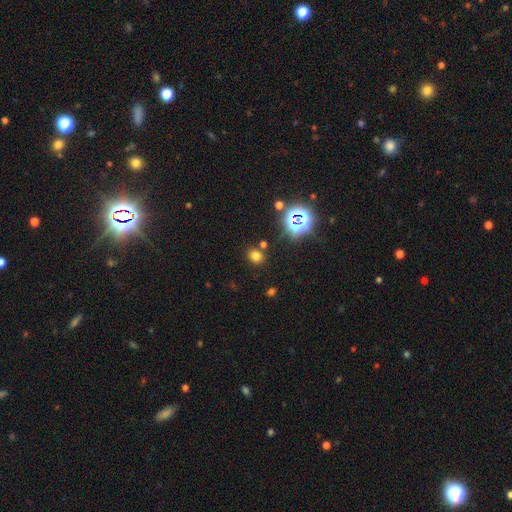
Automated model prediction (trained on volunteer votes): Q: Smooth or featured?
A: smooth (69%); runner-up: star or artifact (24%)
Q: How rounded?
A: round (66%); runner-up: in between (33%)
Q: Merging?
A: none (80%); runner-up: minor disturbance (9%)